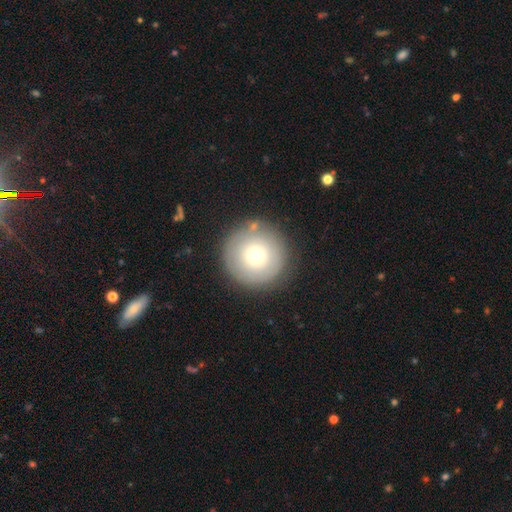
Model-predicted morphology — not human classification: Smooth or featured: smooth — 70% (featured or disk — 20%)
How rounded: round — 97% (in between — 3%)
Merging: none — 84% (minor disturbance — 9%)